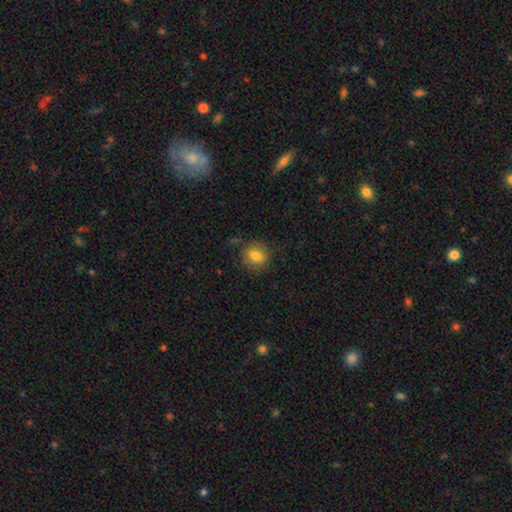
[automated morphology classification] Smooth or featured: smooth — 79% (featured or disk — 12%)
How rounded: round — 64% (in between — 35%)
Merging: none — 75% (minor disturbance — 17%)